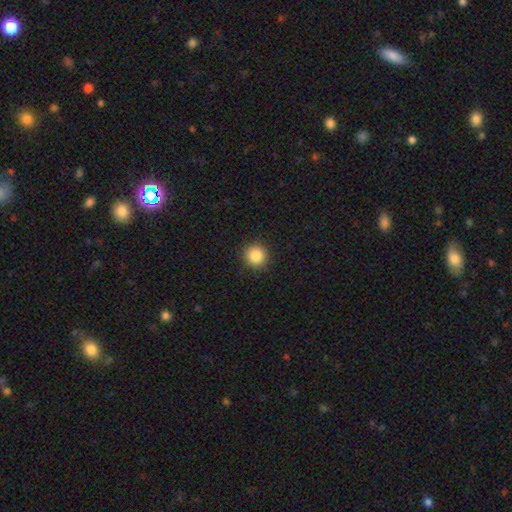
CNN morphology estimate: Smooth or featured: smooth — 86% (star or artifact — 10%)
How rounded: round — 93% (in between — 6%)
Merging: none — 92% (minor disturbance — 6%)